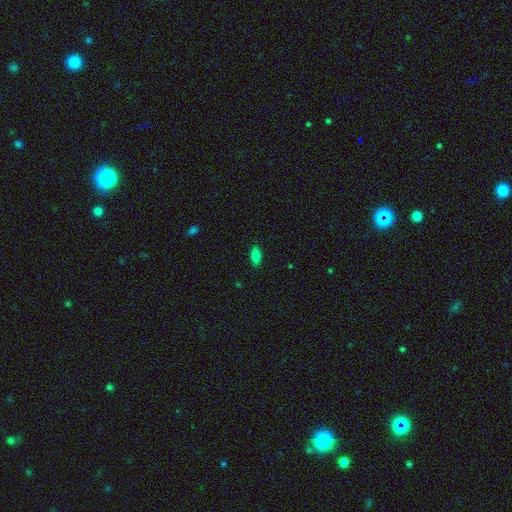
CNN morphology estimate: smooth-or-featured: smooth: 83% | star or artifact: 9% | featured or disk: 8%
  how-rounded: in between: 88% | cigar-shaped: 9% | round: 3%
  merging: none: 87% | minor disturbance: 10% | major disturbance: 2% | merger: 1%